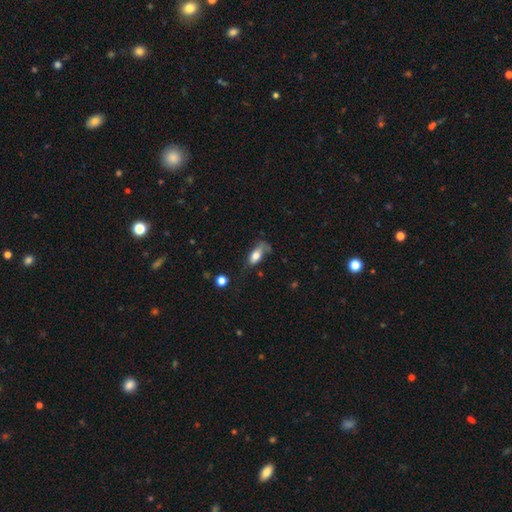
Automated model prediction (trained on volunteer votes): Q: Smooth or featured?
A: smooth (71%); runner-up: featured or disk (21%)
Q: How rounded?
A: in between (79%); runner-up: cigar-shaped (16%)
Q: Merging?
A: none (40%); runner-up: minor disturbance (30%)